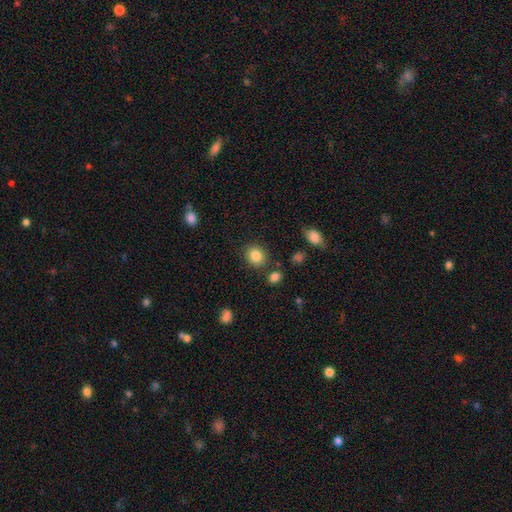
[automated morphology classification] This is clearly a smooth galaxy (85%). How rounded: likely round (74%). Merging: clearly none (82%).